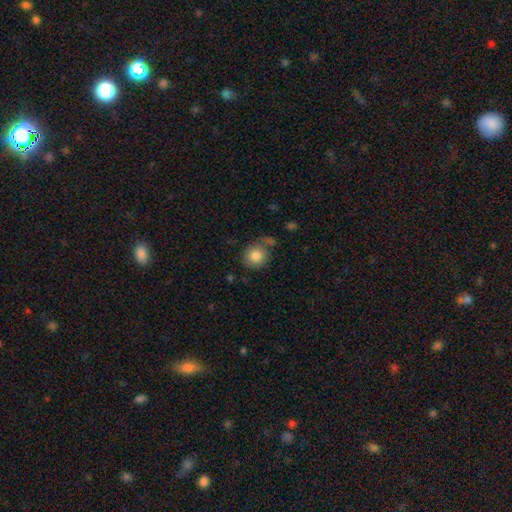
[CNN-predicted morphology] This appears to be a smooth galaxy with no disk features (83%) that is round (82%). Merging: none (71%).